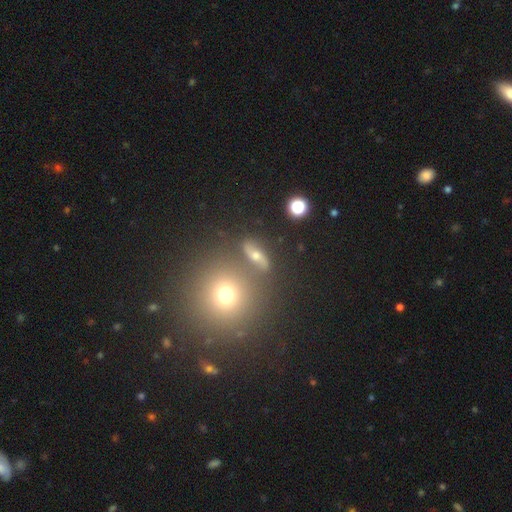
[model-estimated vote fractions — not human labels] smooth_or_featured: smooth (p=0.50) [alt: star or artifact p=0.29]
how_rounded: round (p=0.73) [alt: in between p=0.19]
merging: none (p=0.68) [alt: merger p=0.19]